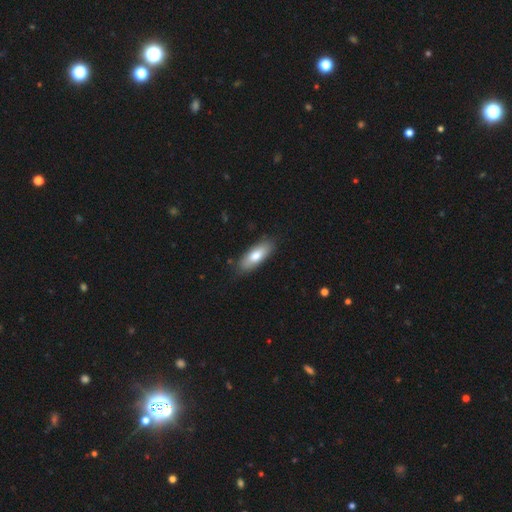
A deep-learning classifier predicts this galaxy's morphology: Overall: smooth (76%). How rounded: in between (71%). Merging: none (83%).